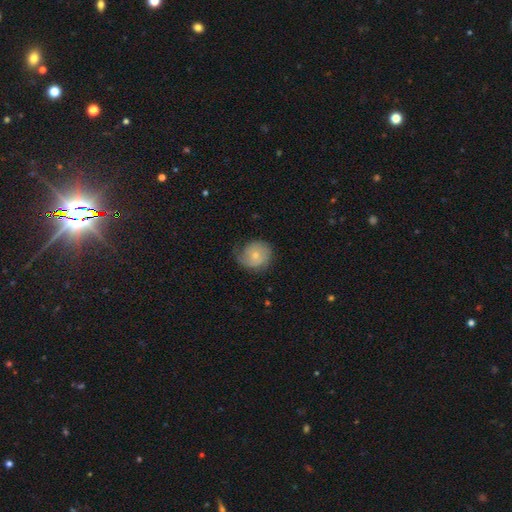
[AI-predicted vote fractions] Smooth or featured: smooth — 51% (featured or disk — 41%)
How rounded: round — 80% (in between — 20%)
Merging: none — 56% (minor disturbance — 28%)